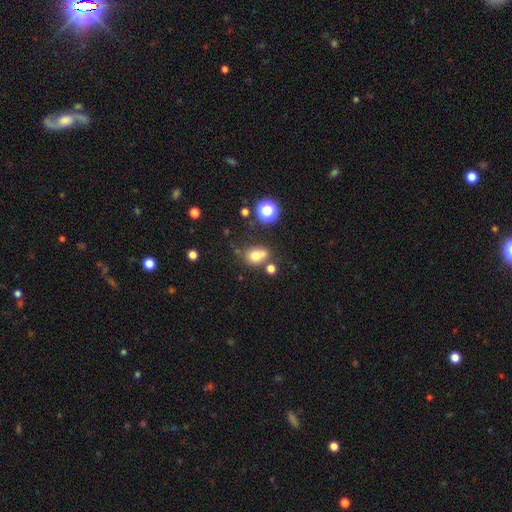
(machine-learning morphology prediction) Smooth or featured? Predicted: smooth (p=0.73). How rounded? Predicted: round (p=0.51). Merging? Predicted: none (p=0.49).